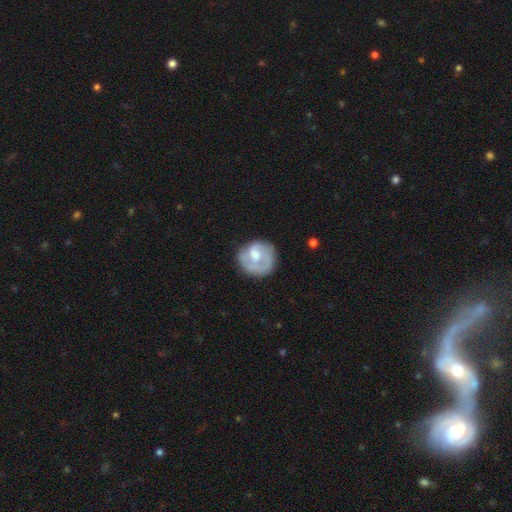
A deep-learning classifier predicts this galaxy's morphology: type=featured or disk (50%); merging=none (61%).